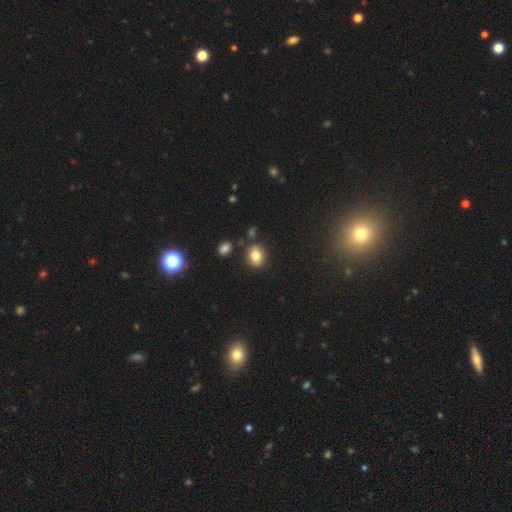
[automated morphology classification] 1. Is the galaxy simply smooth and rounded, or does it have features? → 80% smooth, 11% star or artifact, 9% featured or disk.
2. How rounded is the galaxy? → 52% round, 47% in between, 1% cigar-shaped.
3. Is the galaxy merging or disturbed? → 80% none, 11% minor disturbance, 6% merger, 3% major disturbance.